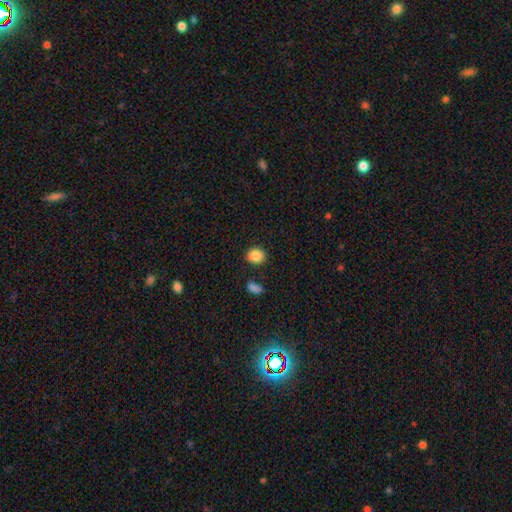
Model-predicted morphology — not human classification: Smooth or featured?
  - smooth: 86% *
  - star or artifact: 9%
  - featured or disk: 5%
How rounded?
  - round: 76% *
  - in between: 23%
  - cigar-shaped: 1%
Merging?
  - none: 85% *
  - minor disturbance: 9%
  - merger: 4%
  - major disturbance: 2%